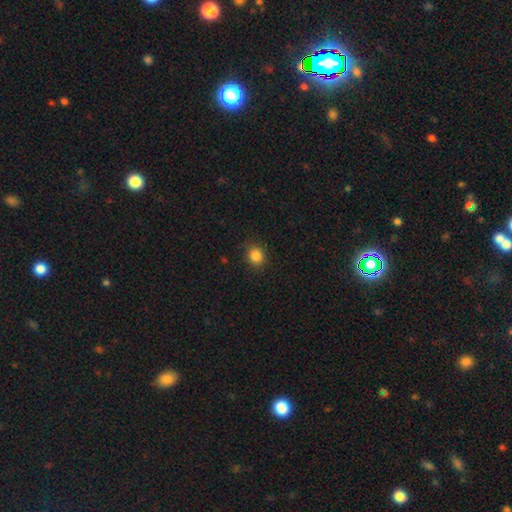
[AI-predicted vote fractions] Overall: smooth (85%). How rounded: round (78%). Merging: none (87%).